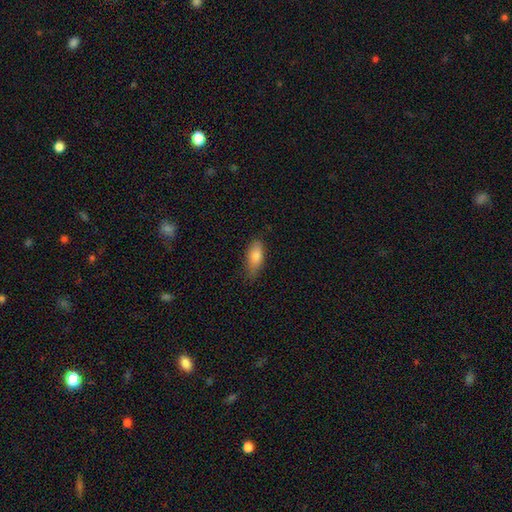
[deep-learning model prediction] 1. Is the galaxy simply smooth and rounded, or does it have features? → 83% smooth, 11% featured or disk, 7% star or artifact.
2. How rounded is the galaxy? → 82% in between, 15% cigar-shaped, 3% round.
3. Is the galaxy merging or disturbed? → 73% none, 22% minor disturbance, 4% major disturbance, 1% merger.